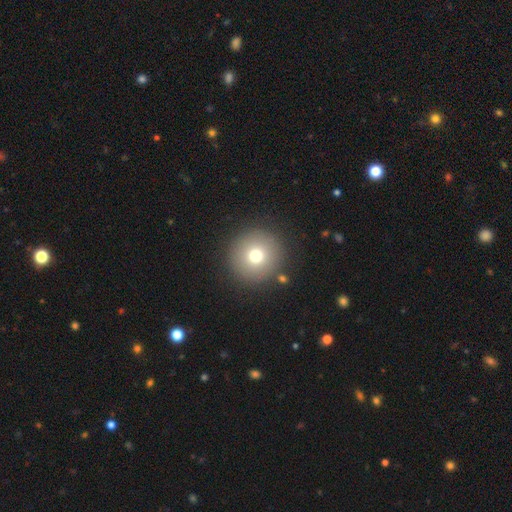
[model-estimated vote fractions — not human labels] Overall: smooth (74%). How rounded: round (96%). Merging: none (88%).